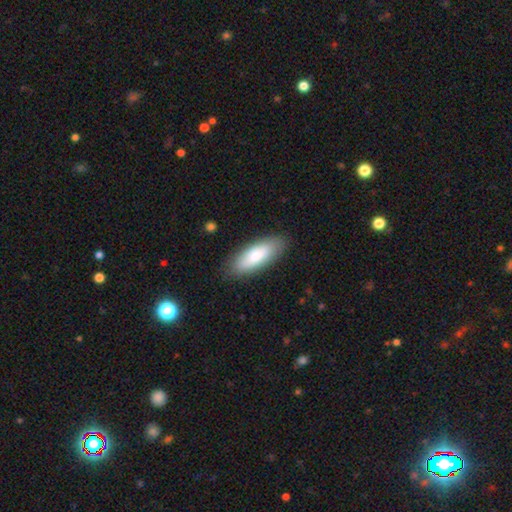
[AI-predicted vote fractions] This appears to be a smooth galaxy with no disk features (81%) that is in between round and cigar-shaped (69%). Merging: none (85%).